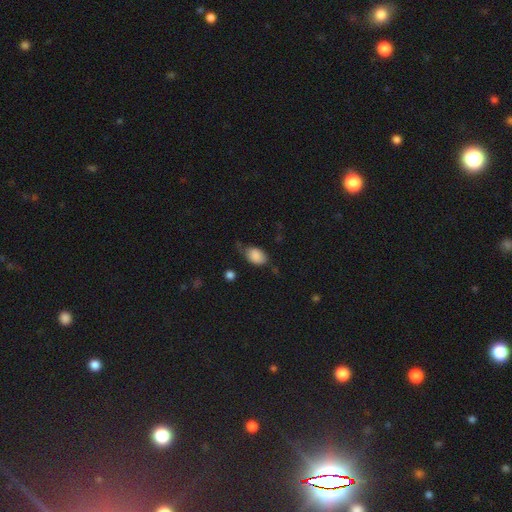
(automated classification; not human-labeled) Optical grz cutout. It shows a smooth galaxy with no disk features (86%) that is in between round and cigar-shaped (84%). Merging: none (51%).